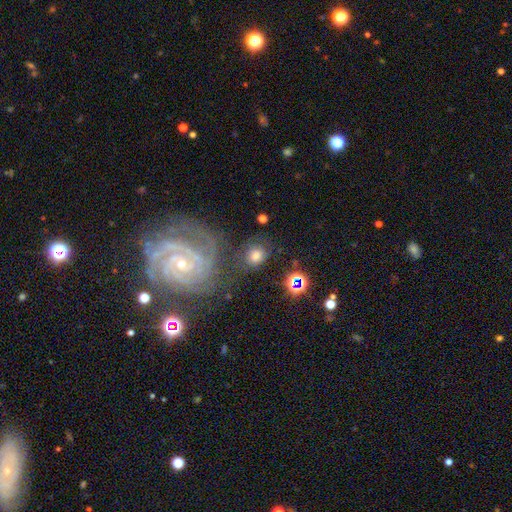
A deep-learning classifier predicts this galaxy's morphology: The model was most divided on "smooth or featured": smooth: 60%, featured or disk: 25%, star or artifact: 16%. More confident: how rounded — round (67%); merging — none (67%).